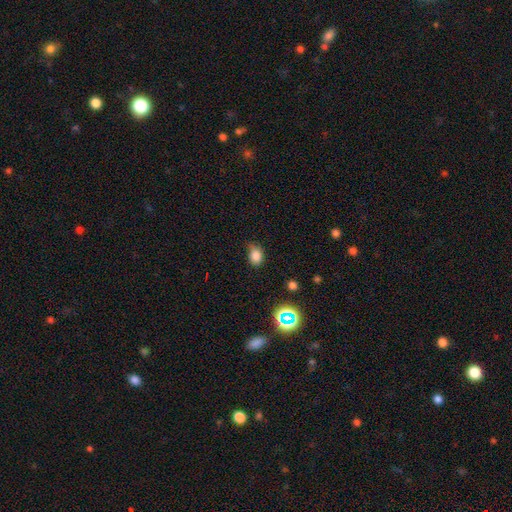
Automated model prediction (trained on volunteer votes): smooth_or_featured: smooth (p=0.81) [alt: star or artifact p=0.13]
how_rounded: in between (p=0.66) [alt: round p=0.33]
merging: none (p=0.58) [alt: minor disturbance p=0.33]